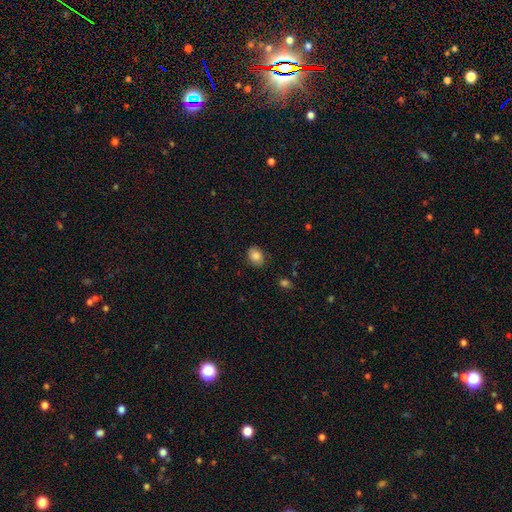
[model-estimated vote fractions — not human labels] Smooth or featured?
  - smooth: 84% *
  - star or artifact: 8%
  - featured or disk: 7%
How rounded?
  - in between: 68% *
  - round: 31%
  - cigar-shaped: 1%
Merging?
  - none: 84% *
  - minor disturbance: 12%
  - major disturbance: 3%
  - merger: 1%